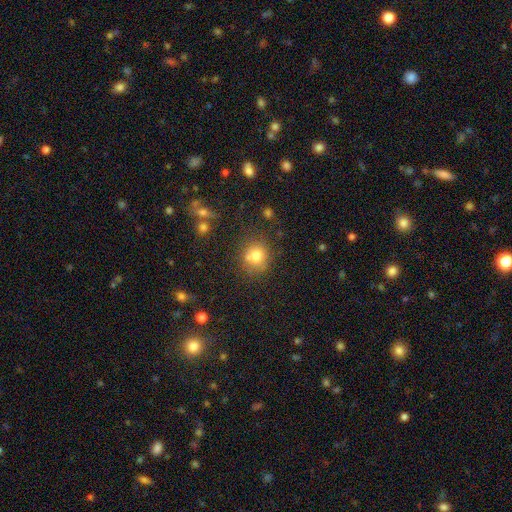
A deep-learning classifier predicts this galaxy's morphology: smooth-or-featured: smooth: 77% | star or artifact: 13% | featured or disk: 10%
  how-rounded: round: 79% | in between: 20% | cigar-shaped: 1%
  merging: none: 67% | minor disturbance: 15% | merger: 14% | major disturbance: 5%